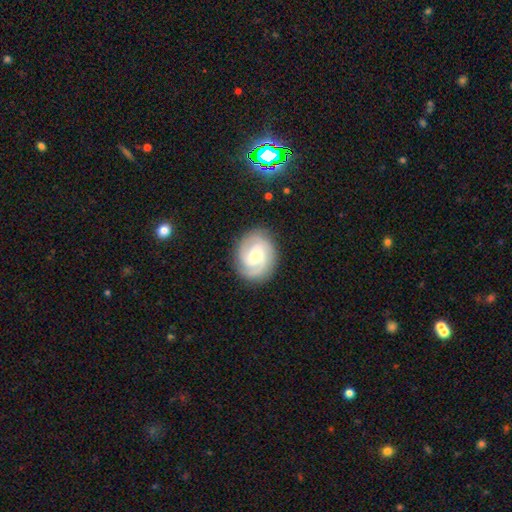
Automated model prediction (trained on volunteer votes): Q: Smooth or featured?
A: featured or disk (83%); runner-up: smooth (11%)
Q: Edge-on disk?
A: no (98%); runner-up: yes (2%)
Q: Bar?
A: no (53%); runner-up: weak (39%)
Q: Spiral arms?
A: yes (97%); runner-up: no (3%)
Q: Spiral winding?
A: tight (57%); runner-up: medium (36%)
Q: Spiral arm count?
A: 3 (50%); runner-up: 2 (24%)
Q: Bulge size?
A: moderate (59%); runner-up: small (35%)
Q: Merging?
A: none (83%); runner-up: minor disturbance (12%)